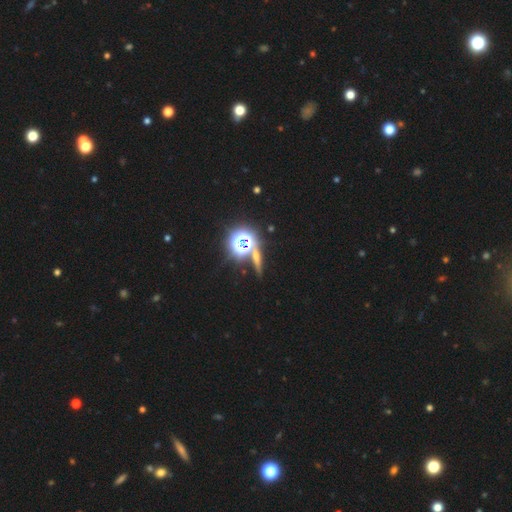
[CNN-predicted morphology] This appears to be a star or artifact, not a galaxy (53%).